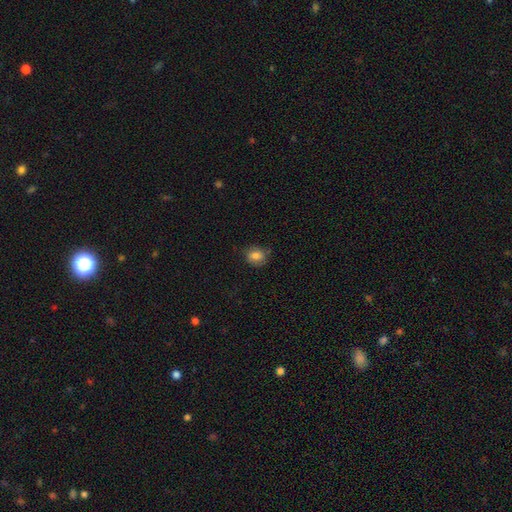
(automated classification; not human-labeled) Smooth or featured?
  - smooth: 82% *
  - star or artifact: 10%
  - featured or disk: 8%
How rounded?
  - round: 62% *
  - in between: 37%
  - cigar-shaped: 1%
Merging?
  - none: 73% *
  - minor disturbance: 20%
  - major disturbance: 4%
  - merger: 2%